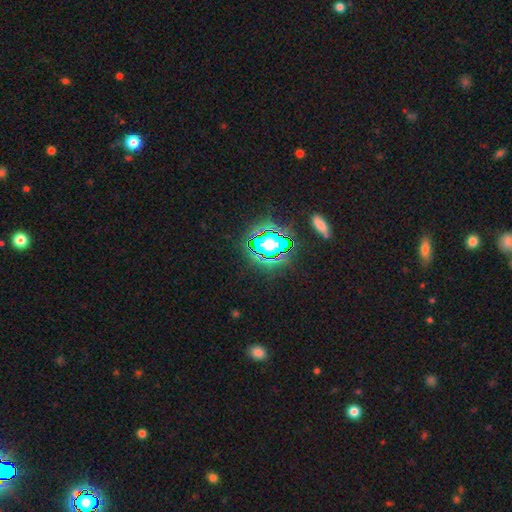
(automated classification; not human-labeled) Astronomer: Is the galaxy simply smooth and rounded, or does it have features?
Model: star or artifact — 83%.